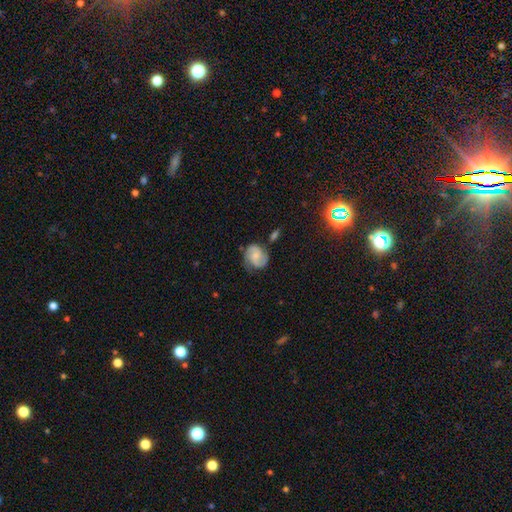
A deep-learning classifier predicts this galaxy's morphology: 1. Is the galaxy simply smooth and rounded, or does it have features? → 66% featured or disk, 27% smooth, 7% star or artifact.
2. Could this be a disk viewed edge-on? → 98% no, 2% yes.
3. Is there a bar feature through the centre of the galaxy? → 62% no, 32% weak, 6% strong.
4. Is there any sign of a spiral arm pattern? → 93% yes, 7% no.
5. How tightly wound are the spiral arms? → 44% medium, 39% tight, 16% loose.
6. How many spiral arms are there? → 76% 2, 11% can't tell, 7% 3, 4% 1, 1% 4, 1% more than 4.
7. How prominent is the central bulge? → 57% small, 31% moderate, 10% none, 2% large, 1% dominant.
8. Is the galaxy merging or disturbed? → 62% none, 25% minor disturbance, 9% major disturbance, 5% merger.